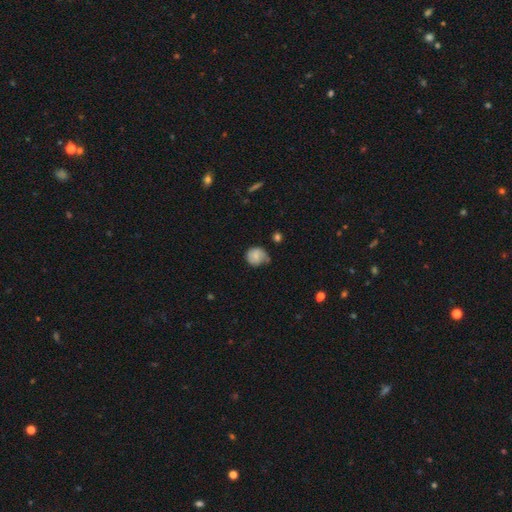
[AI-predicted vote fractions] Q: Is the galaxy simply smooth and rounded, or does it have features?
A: smooth — 71%.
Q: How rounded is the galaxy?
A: round — 79%.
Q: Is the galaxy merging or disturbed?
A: none — 47%.